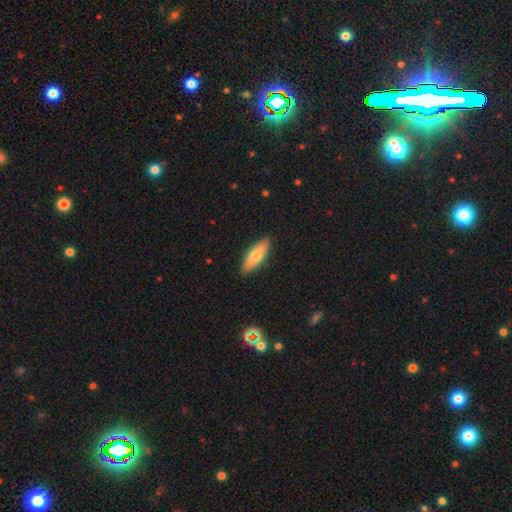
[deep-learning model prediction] Overall: smooth (71%). How rounded: in between (53%; cigar-shaped 45%). Merging: none (90%).